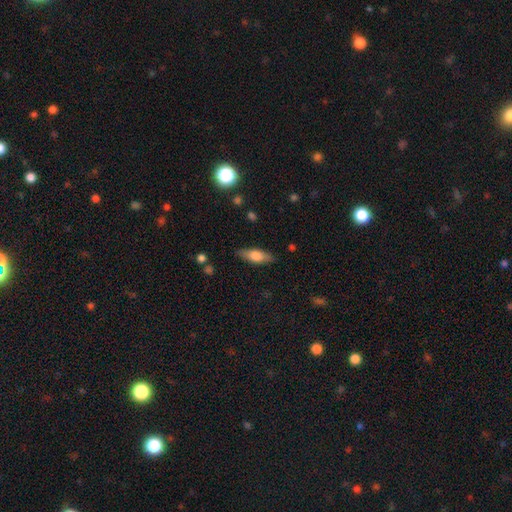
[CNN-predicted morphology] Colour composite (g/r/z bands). It shows a smooth galaxy with no disk features (61%) that is in between round and cigar-shaped (63%). Merging: none (83%).